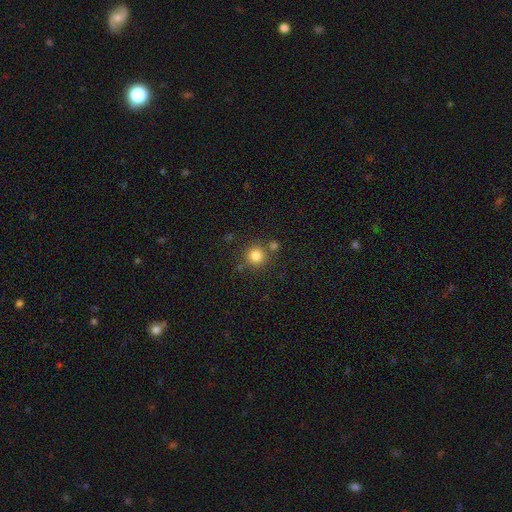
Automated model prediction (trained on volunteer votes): Smooth or featured? Predicted: smooth (p=0.82). How rounded? Predicted: round (p=0.93). Merging? Predicted: none (p=0.75).